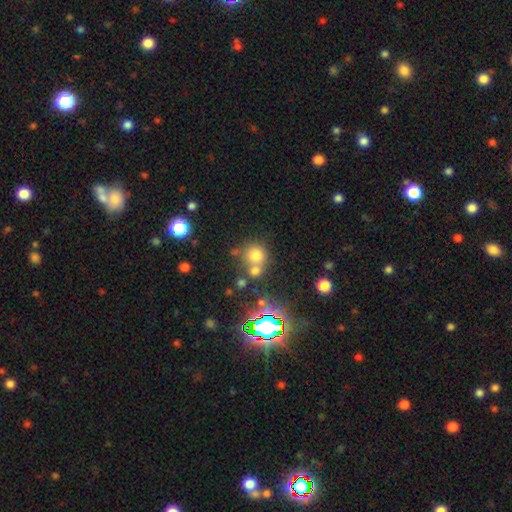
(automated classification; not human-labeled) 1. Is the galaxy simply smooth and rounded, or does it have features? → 69% smooth, 20% star or artifact, 10% featured or disk.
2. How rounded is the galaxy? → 88% round, 11% in between, 1% cigar-shaped.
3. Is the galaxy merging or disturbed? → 52% none, 34% merger, 9% minor disturbance, 5% major disturbance.